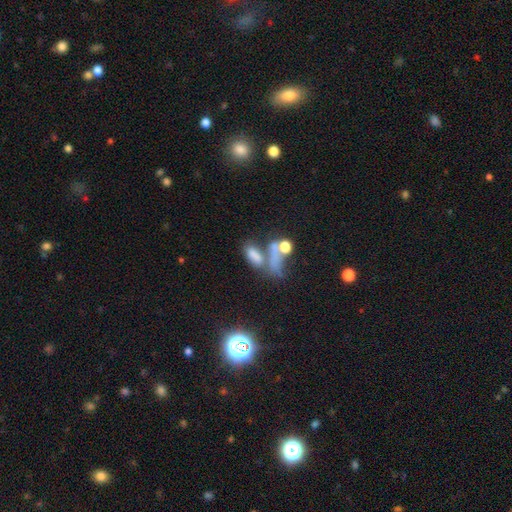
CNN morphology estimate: Q: Smooth or featured?
A: smooth (62%); runner-up: star or artifact (21%)
Q: How rounded?
A: in between (59%); runner-up: cigar-shaped (28%)
Q: Merging?
A: none (39%); runner-up: merger (38%)